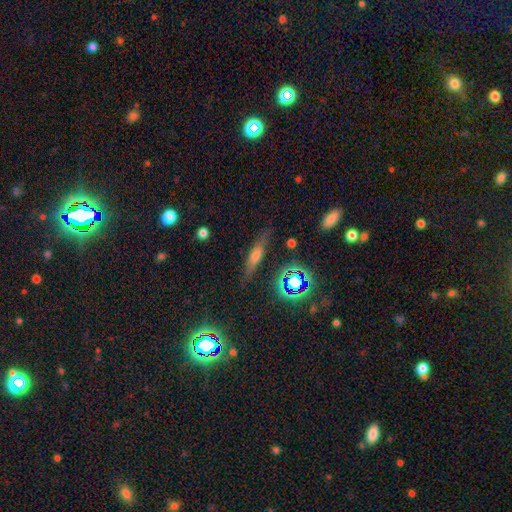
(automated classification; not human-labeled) A smooth galaxy with no disk features (45%). Merging: none (81%).